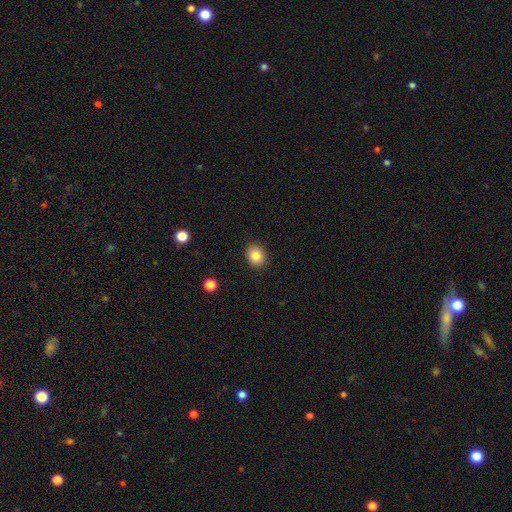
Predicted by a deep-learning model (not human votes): Smooth or featured? smooth (85%)
How rounded? round (56%)
Merging? none (89%)